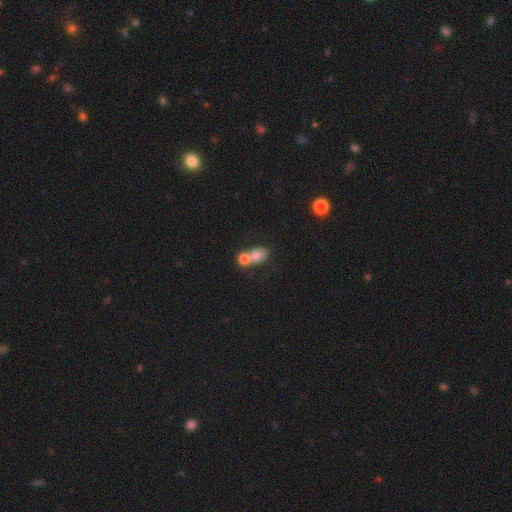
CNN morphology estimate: Smooth or featured?
  - smooth: 70% *
  - featured or disk: 20%
  - star or artifact: 10%
How rounded?
  - in between: 50% *
  - round: 48%
  - cigar-shaped: 2%
Merging?
  - merger: 70% *
  - none: 20%
  - minor disturbance: 6%
  - major disturbance: 4%